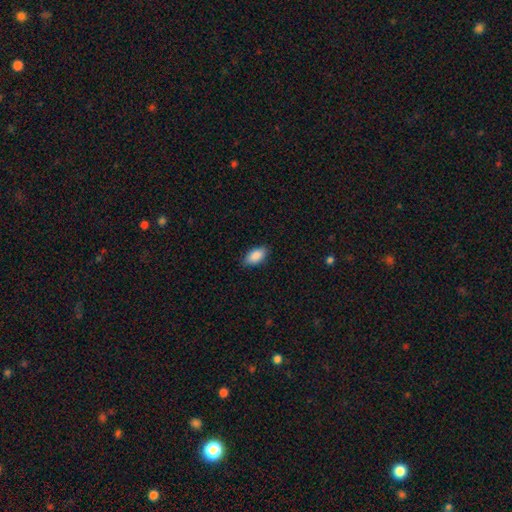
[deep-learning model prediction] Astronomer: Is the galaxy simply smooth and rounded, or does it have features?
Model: smooth — 90%.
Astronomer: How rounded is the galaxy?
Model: in between — 93%.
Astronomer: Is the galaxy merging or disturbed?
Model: none — 86%.